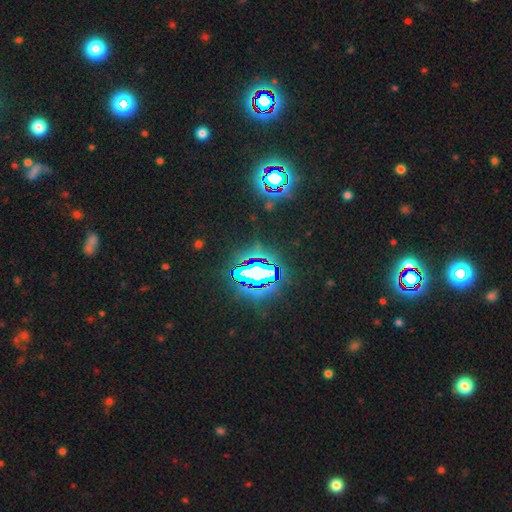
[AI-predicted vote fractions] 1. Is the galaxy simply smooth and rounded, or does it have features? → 84% star or artifact, 10% smooth, 7% featured or disk.